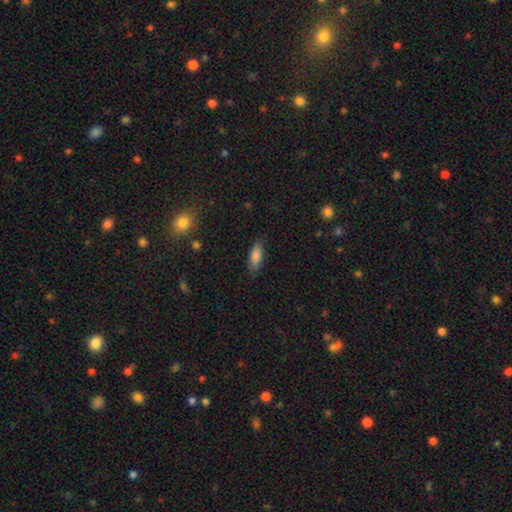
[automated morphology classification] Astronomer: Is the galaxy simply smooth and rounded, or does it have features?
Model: smooth — 83%.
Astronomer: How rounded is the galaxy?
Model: in between — 70%.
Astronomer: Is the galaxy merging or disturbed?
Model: none — 81%.